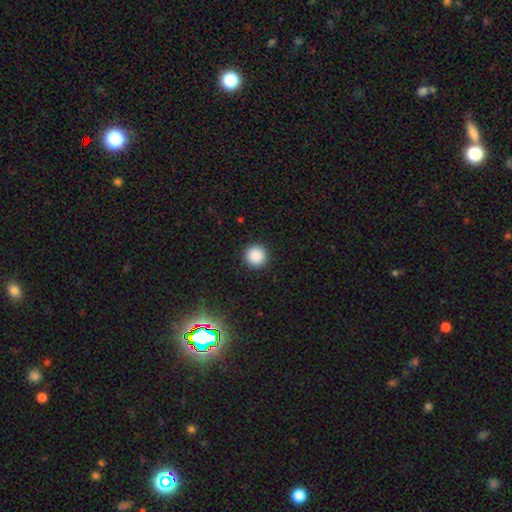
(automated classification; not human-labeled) The model was most divided on "smooth or featured": smooth: 87%, star or artifact: 10%, featured or disk: 3%. More confident: how rounded — round (96%); merging — none (92%).